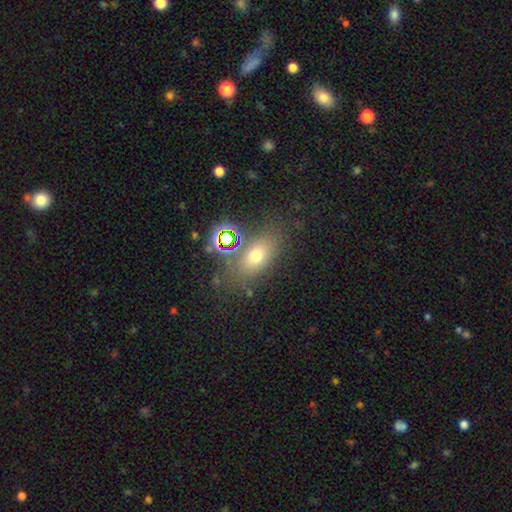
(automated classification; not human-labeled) Smooth or featured: smooth — 63% (star or artifact — 21%)
How rounded: in between — 75% (round — 19%)
Merging: none — 71% (minor disturbance — 14%)